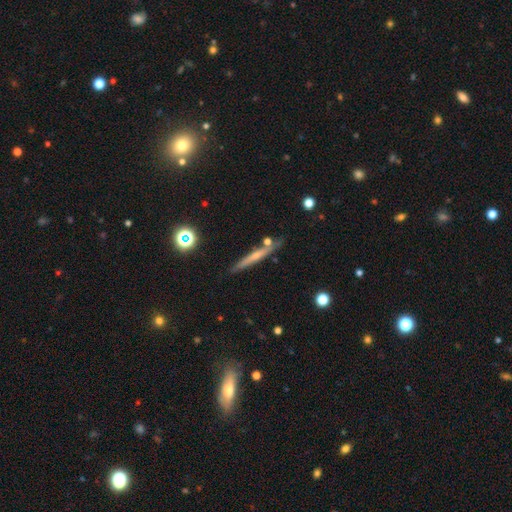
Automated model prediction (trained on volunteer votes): A featured or disk galaxy (50%) viewed edge-on (94%). Merging: none (80%).